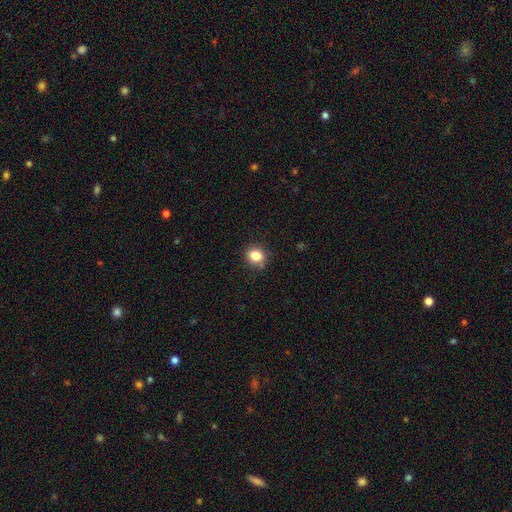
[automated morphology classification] Overall: smooth (82%). How rounded: round (70%). Merging: none (79%).